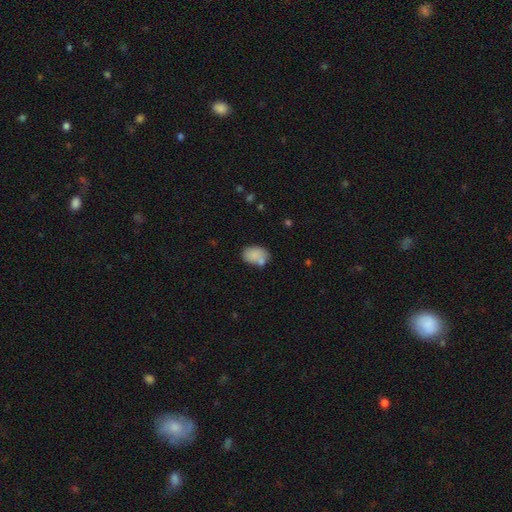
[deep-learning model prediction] Smooth or featured?
  - smooth: 82% *
  - featured or disk: 10%
  - star or artifact: 8%
How rounded?
  - in between: 78% *
  - round: 20%
  - cigar-shaped: 1%
Merging?
  - none: 52% *
  - merger: 22%
  - minor disturbance: 20%
  - major disturbance: 7%